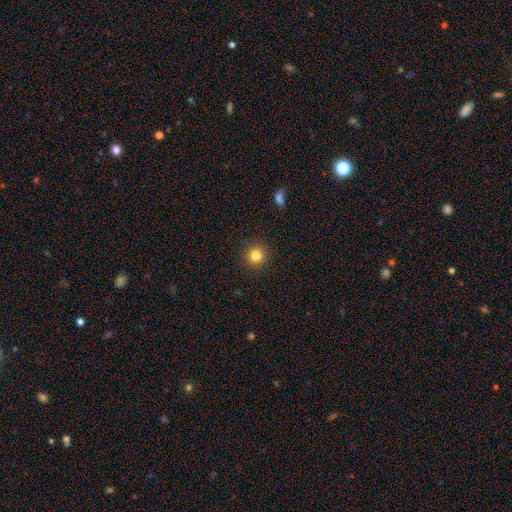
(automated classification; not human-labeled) This appears to be a smooth galaxy with no disk features (83%) that is round (93%). Merging: none (91%).